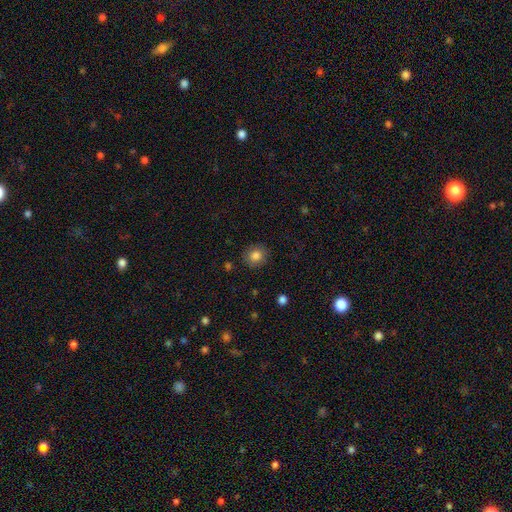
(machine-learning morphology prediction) Smooth or featured? Predicted: smooth (p=0.83). How rounded? Predicted: round (p=0.82). Merging? Predicted: none (p=0.88).